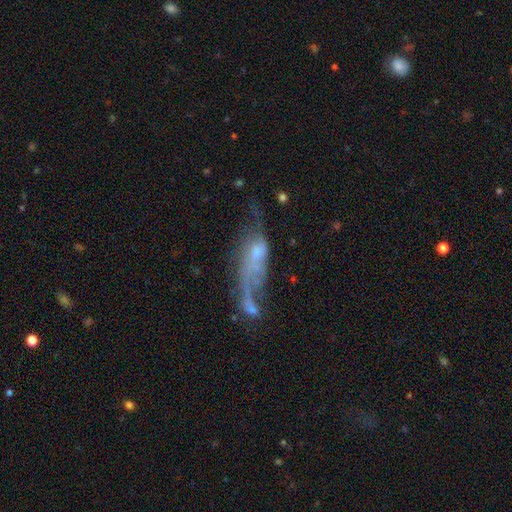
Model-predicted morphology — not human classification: Smooth or featured: featured or disk — 58% (smooth — 30%)
Edge-on disk: no — 84% (yes — 16%)
Merging: major disturbance — 42% (merger — 22%)